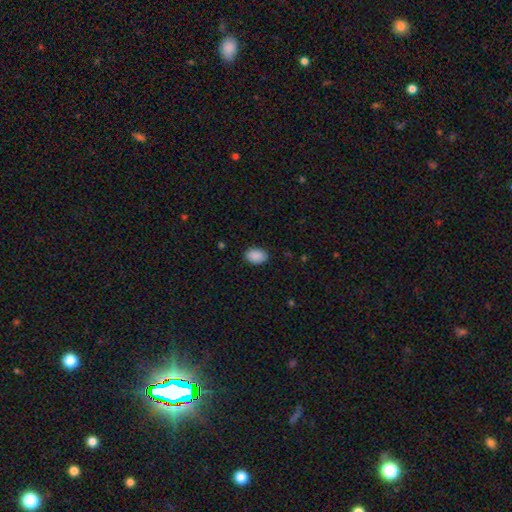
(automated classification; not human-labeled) Smooth or featured: smooth — 90% (star or artifact — 7%)
How rounded: in between — 85% (round — 14%)
Merging: none — 87% (minor disturbance — 10%)